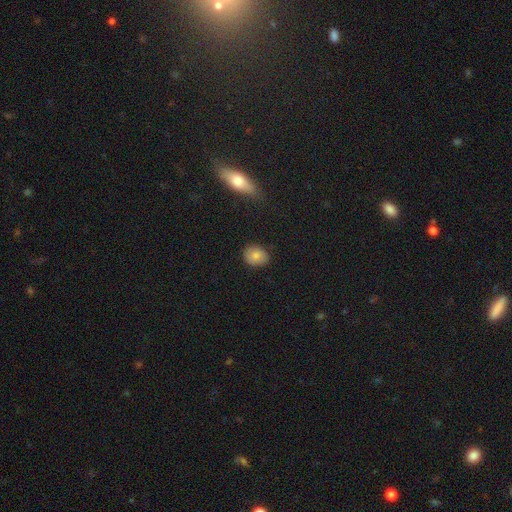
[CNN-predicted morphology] The model was most divided on "how rounded": round: 56%, in between: 43%, cigar-shaped: 1%. More confident: merging — none (83%); smooth or featured — smooth (81%).